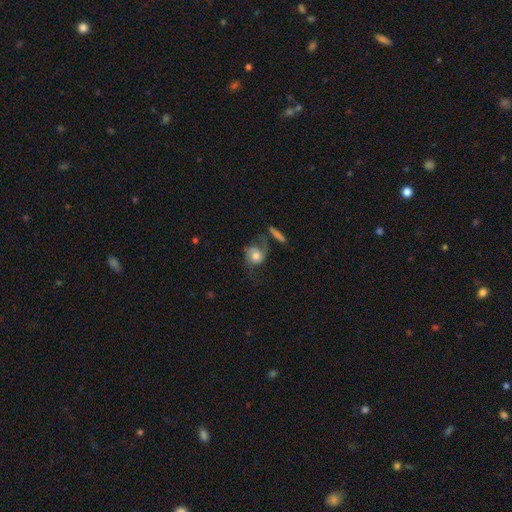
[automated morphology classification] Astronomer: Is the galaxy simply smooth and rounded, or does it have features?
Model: featured or disk — 49% (runner-up: smooth, 43%).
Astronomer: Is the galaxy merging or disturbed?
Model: none — 43% (runner-up: major disturbance, 26%).